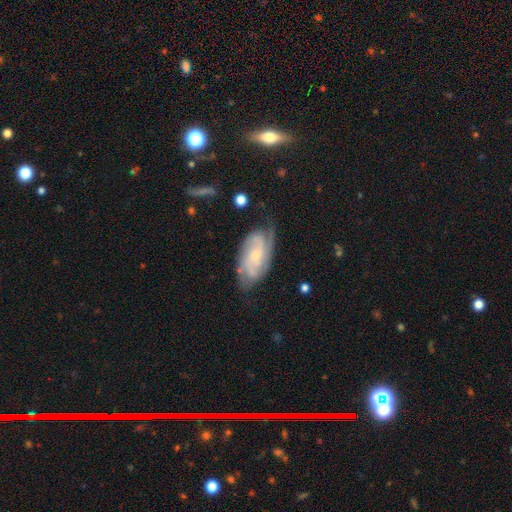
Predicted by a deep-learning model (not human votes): A featured or disk galaxy (83%) with no bar (62%), 2 (41%) tight (50%) spiral arms (96%) and a small central bulge (70%). Merging: none (68%).